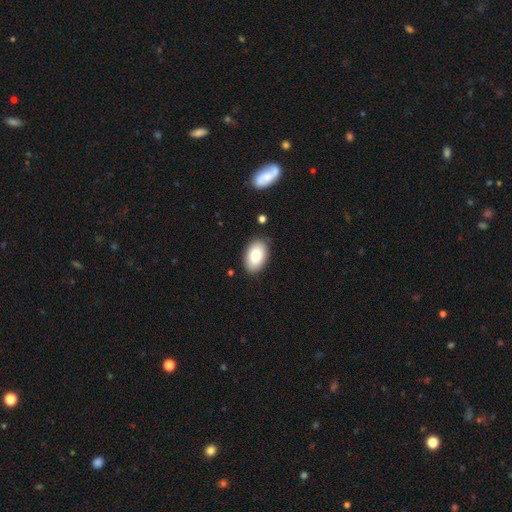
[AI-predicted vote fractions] The model was most divided on "smooth or featured": smooth: 81%, featured or disk: 12%, star or artifact: 7%. More confident: how rounded — in between (92%); merging — none (86%).